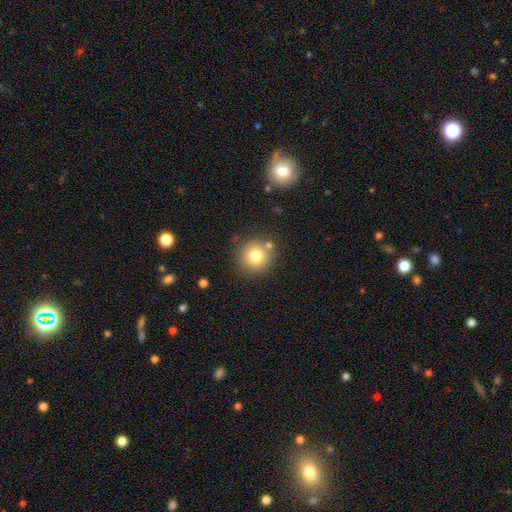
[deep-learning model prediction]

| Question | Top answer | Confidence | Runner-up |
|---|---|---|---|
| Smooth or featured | smooth | 79% | star or artifact (12%) |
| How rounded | round | 93% | in between (6%) |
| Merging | none | 80% | minor disturbance (9%) |